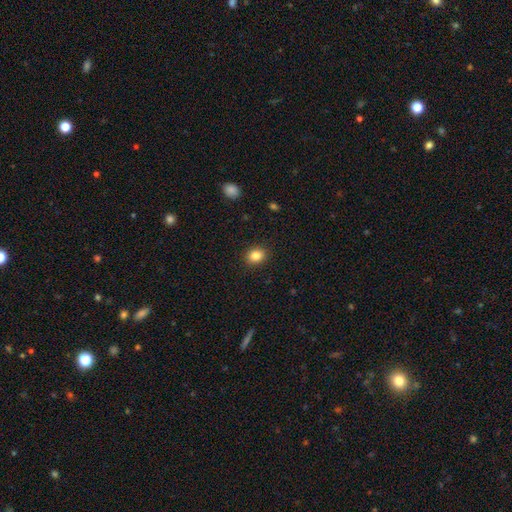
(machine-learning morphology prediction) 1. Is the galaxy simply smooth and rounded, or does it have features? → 85% smooth, 10% star or artifact, 5% featured or disk.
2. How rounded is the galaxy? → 52% round, 47% in between, 1% cigar-shaped.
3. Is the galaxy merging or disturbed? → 90% none, 7% minor disturbance, 2% major disturbance, 1% merger.